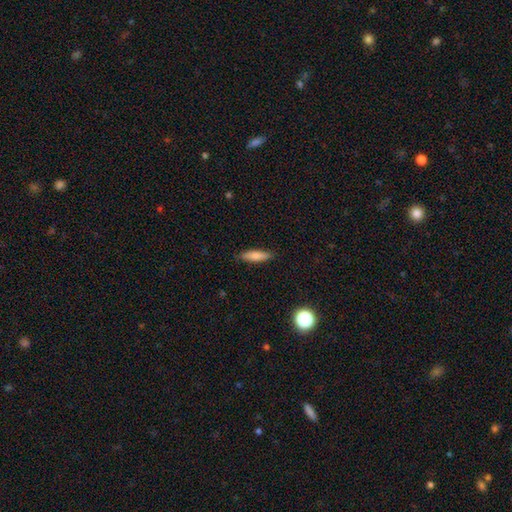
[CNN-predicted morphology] Q: Smooth or featured?
A: smooth (76%); runner-up: featured or disk (17%)
Q: How rounded?
A: cigar-shaped (68%); runner-up: in between (30%)
Q: Merging?
A: none (87%); runner-up: minor disturbance (10%)